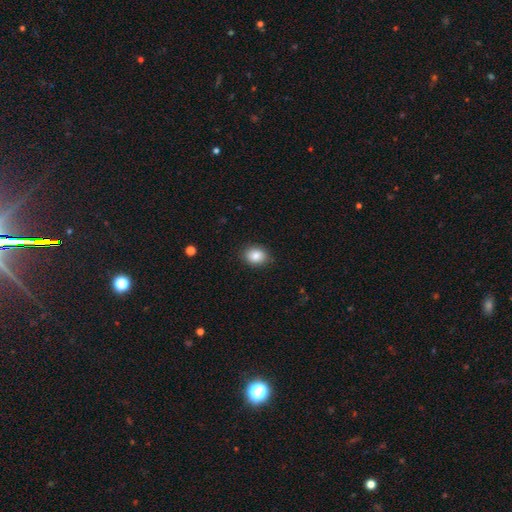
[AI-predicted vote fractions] A smooth galaxy with no disk features (86%) that is in between round and cigar-shaped (57%). Merging: none (87%).